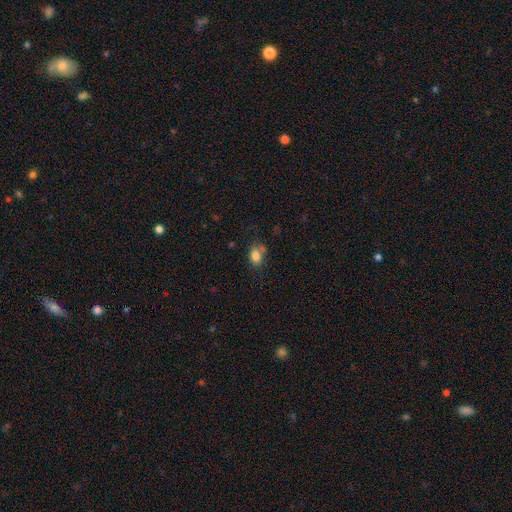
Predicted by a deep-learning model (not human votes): Smooth or featured? smooth (82%)
How rounded? in between (76%)
Merging? none (58%)